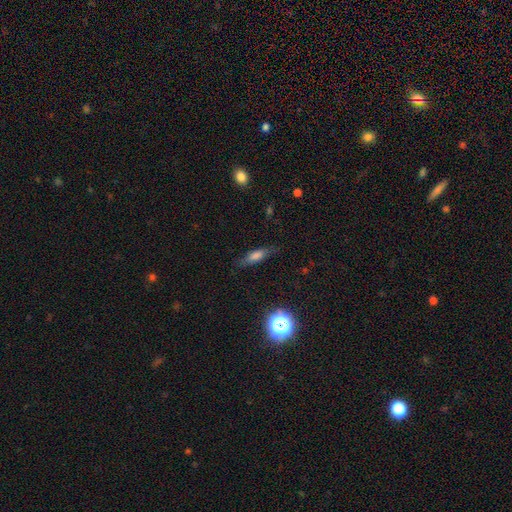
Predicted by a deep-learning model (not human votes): smooth 58%, featured or disk 29%, star or artifact 14%. Down the decision tree: how rounded — cigar-shaped (56%); merging — none (78%).